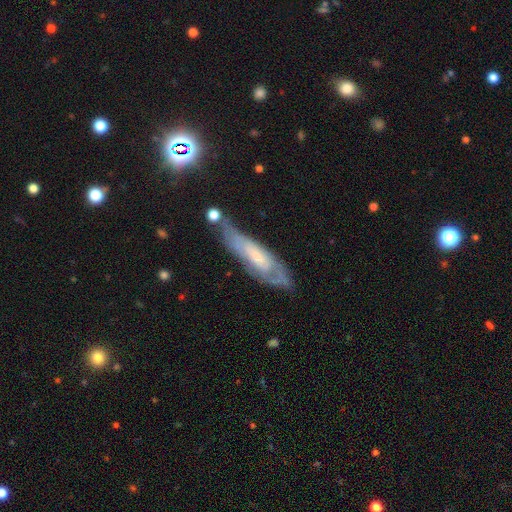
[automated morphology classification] The model was most divided on "merging": none: 53%, minor disturbance: 27%, major disturbance: 14%, merger: 6%. More confident: edge-on disk — no (69%); smooth or featured — featured or disk (64%).